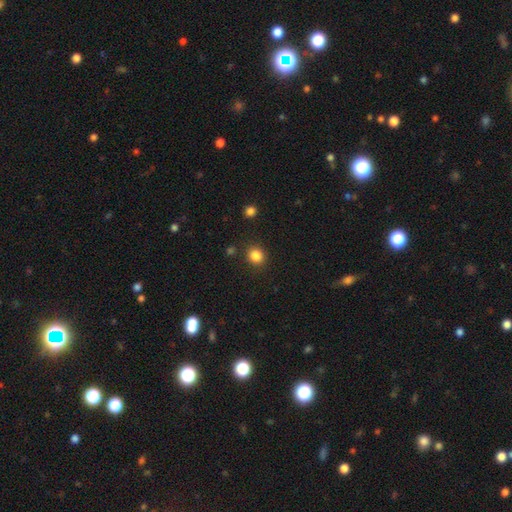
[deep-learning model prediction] Smooth or featured? smooth (84%)
How rounded? round (85%)
Merging? none (88%)